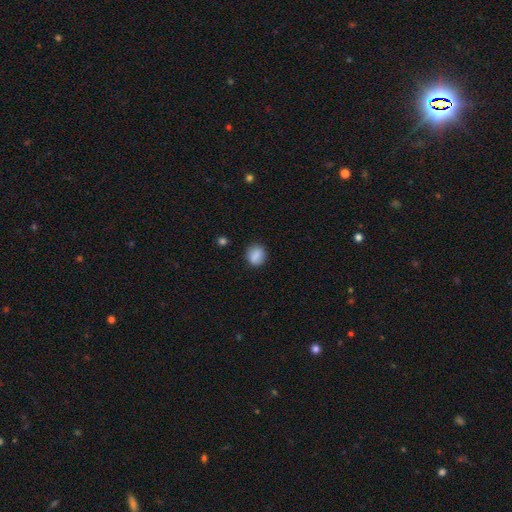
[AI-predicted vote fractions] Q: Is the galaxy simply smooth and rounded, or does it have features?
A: smooth — 85%.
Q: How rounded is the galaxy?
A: round — 61%.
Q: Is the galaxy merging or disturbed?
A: none — 85%.